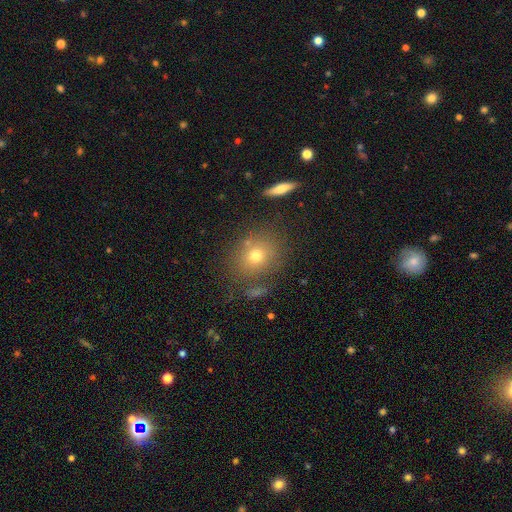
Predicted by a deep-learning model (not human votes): Smooth or featured? Predicted: smooth (p=0.70). How rounded? Predicted: round (p=0.71). Merging? Predicted: none (p=0.76).